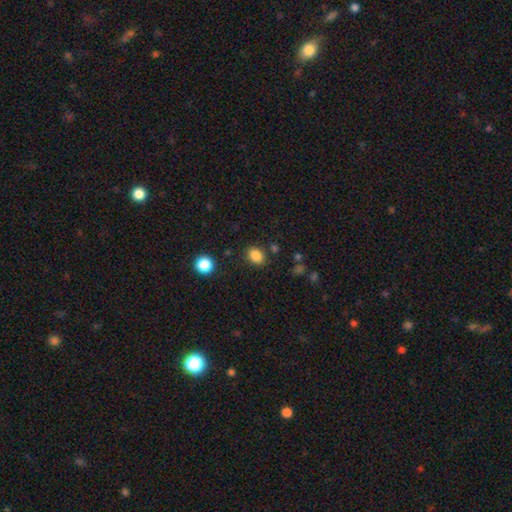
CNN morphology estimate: Q: Smooth or featured?
A: smooth (85%); runner-up: star or artifact (11%)
Q: How rounded?
A: in between (60%); runner-up: round (39%)
Q: Merging?
A: none (83%); runner-up: minor disturbance (11%)